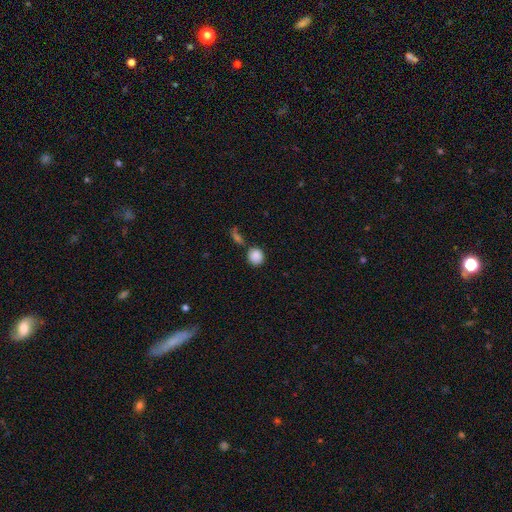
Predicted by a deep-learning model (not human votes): This appears to be a smooth galaxy with no disk features (87%) that is round (84%). Merging: none (67%).